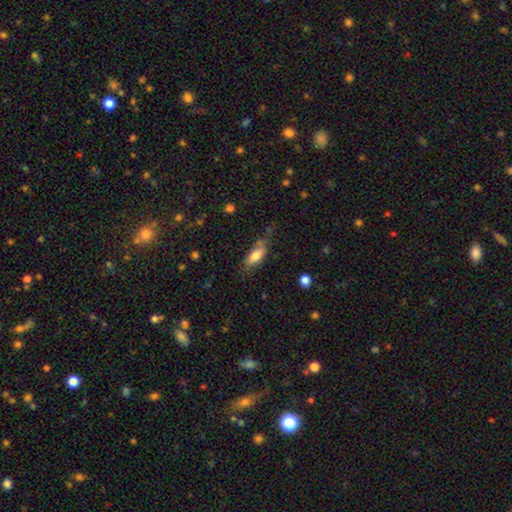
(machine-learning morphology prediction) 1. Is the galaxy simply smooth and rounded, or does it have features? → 74% smooth, 18% featured or disk, 7% star or artifact.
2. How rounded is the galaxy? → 78% in between, 19% cigar-shaped, 3% round.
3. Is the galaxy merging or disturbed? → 48% none, 30% minor disturbance, 15% major disturbance, 7% merger.